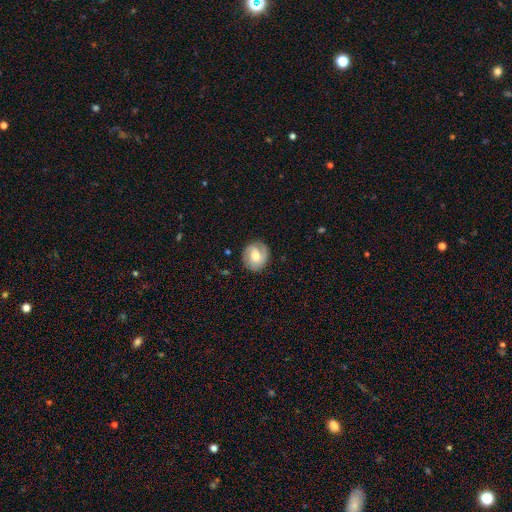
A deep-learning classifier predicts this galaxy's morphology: Q: Smooth or featured?
A: featured or disk (63%); runner-up: smooth (31%)
Q: Edge-on disk?
A: no (97%); runner-up: yes (3%)
Q: Bar?
A: no (50%); runner-up: weak (40%)
Q: Spiral arms?
A: yes (90%); runner-up: no (10%)
Q: Spiral winding?
A: tight (45%); runner-up: medium (39%)
Q: Spiral arm count?
A: 2 (67%); runner-up: can't tell (14%)
Q: Bulge size?
A: moderate (66%); runner-up: small (24%)
Q: Merging?
A: none (82%); runner-up: minor disturbance (13%)